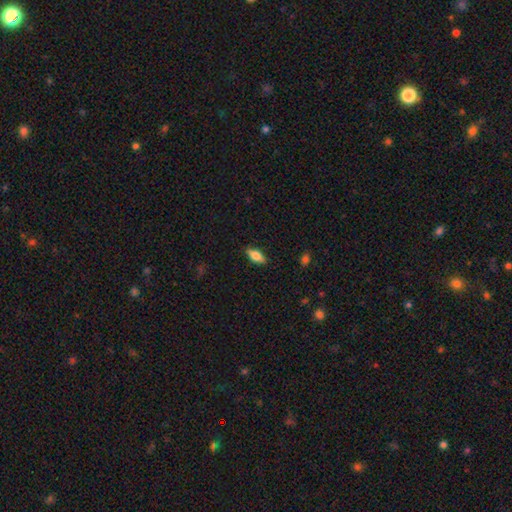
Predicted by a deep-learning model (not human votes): Smooth or featured? smooth (71%)
How rounded? in between (79%)
Merging? none (86%)